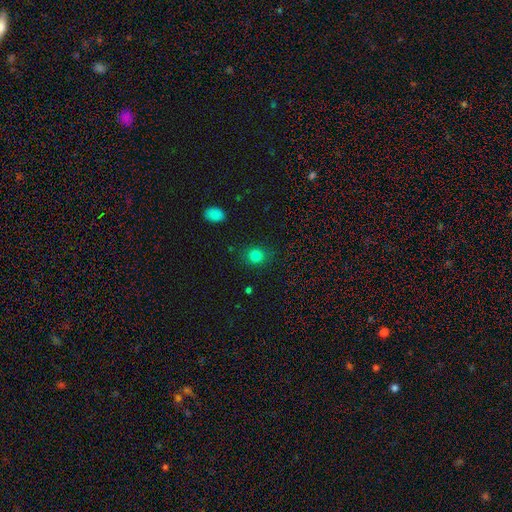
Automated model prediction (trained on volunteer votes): A smooth galaxy with no disk features (82%) that is round (85%).

Vote fractions:
- Smooth or featured? smooth: 82% / star or artifact: 13% / featured or disk: 5%
- How rounded? round: 85% / in between: 14% / cigar-shaped: 1%
- Merging? none: 87% / minor disturbance: 8% / major disturbance: 3% / merger: 1%